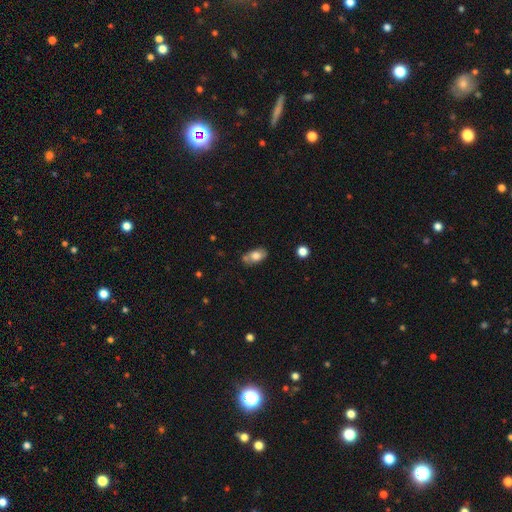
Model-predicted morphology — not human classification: smooth 76%, featured or disk 16%, star or artifact 8%. Down the decision tree: how rounded — in between (87%); merging — none (63%).